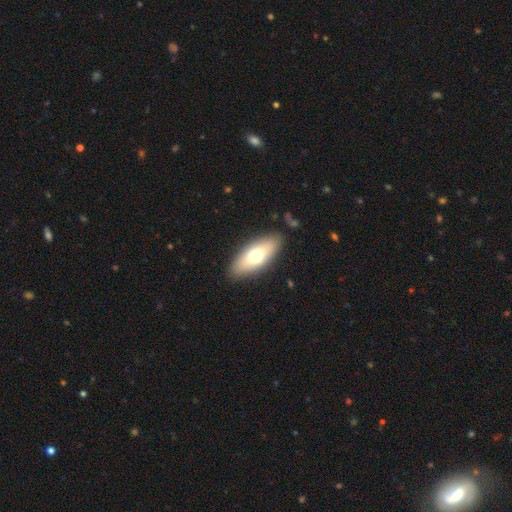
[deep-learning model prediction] This is likely a smooth galaxy (68%). How rounded: clearly in between (81%). Merging: clearly none (86%).